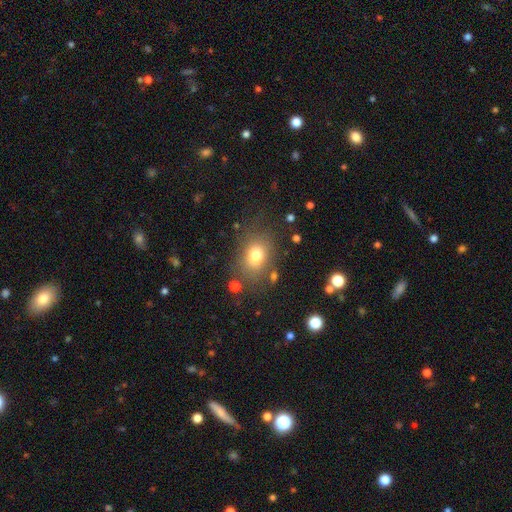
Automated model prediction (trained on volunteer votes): Smooth or featured? smooth (76%)
How rounded? in between (63%)
Merging? none (74%)